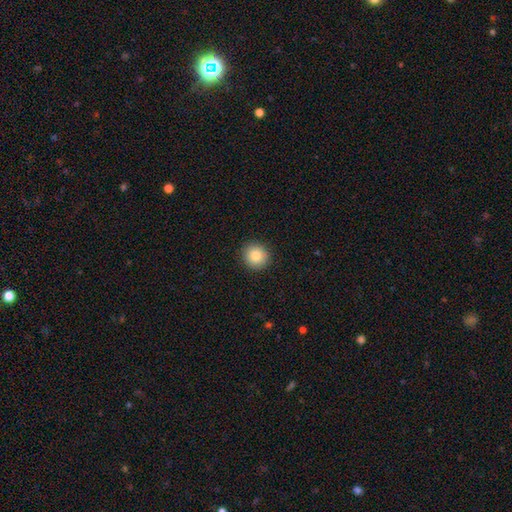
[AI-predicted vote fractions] The model was most divided on "smooth or featured": smooth: 84%, star or artifact: 9%, featured or disk: 7%. More confident: merging — none (92%); how rounded — round (92%).